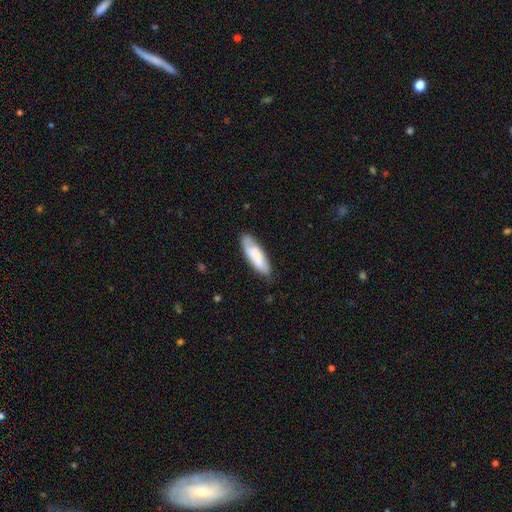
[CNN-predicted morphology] type=smooth (70%); roundness=cigar-shaped (50%); merging=none (74%).